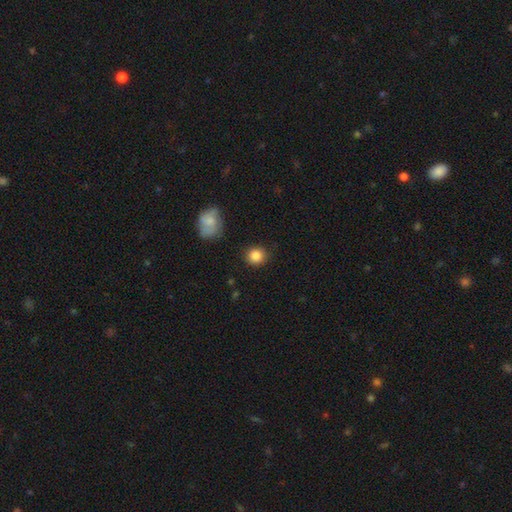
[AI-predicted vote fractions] A smooth galaxy with no disk features (86%) that is round (88%). Merging: none (87%).